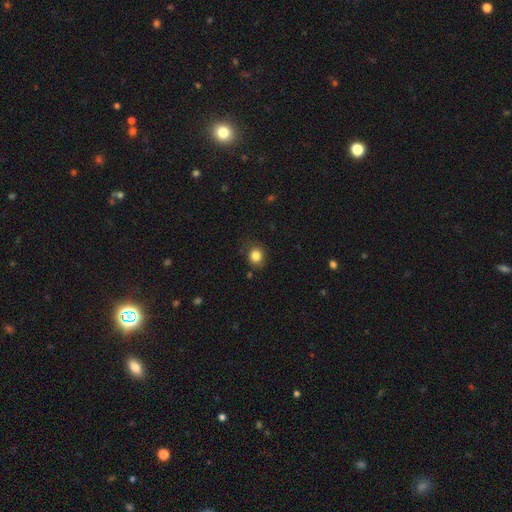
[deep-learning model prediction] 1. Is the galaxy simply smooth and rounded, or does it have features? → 83% smooth, 11% star or artifact, 6% featured or disk.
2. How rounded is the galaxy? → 74% round, 25% in between, 1% cigar-shaped.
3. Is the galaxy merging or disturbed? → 80% none, 15% minor disturbance, 4% major disturbance, 2% merger.